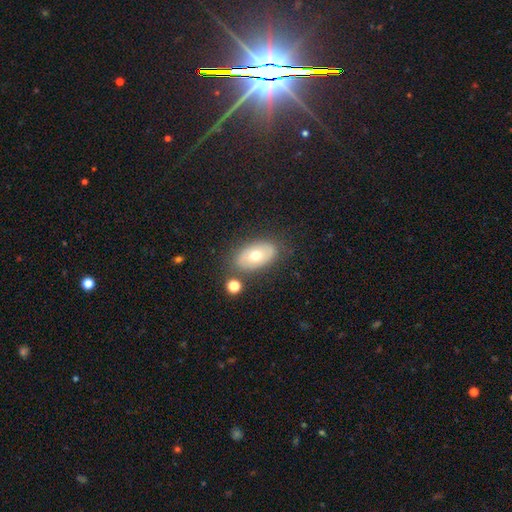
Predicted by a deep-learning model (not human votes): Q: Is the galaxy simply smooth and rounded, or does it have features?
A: smooth — 54%.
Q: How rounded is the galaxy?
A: in between — 89%.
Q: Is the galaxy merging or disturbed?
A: none — 78%.